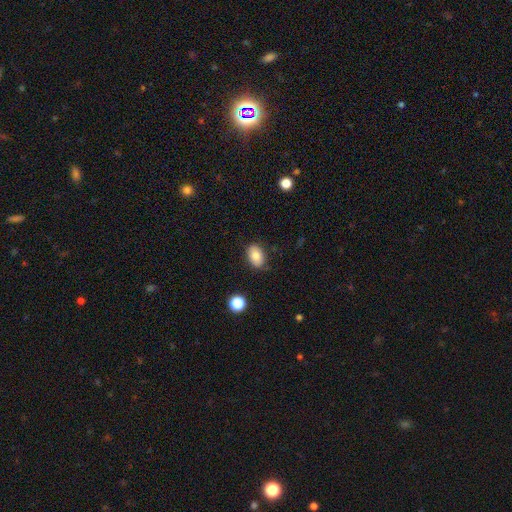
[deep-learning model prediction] Smooth or featured? smooth (82%)
How rounded? in between (85%)
Merging? none (84%)